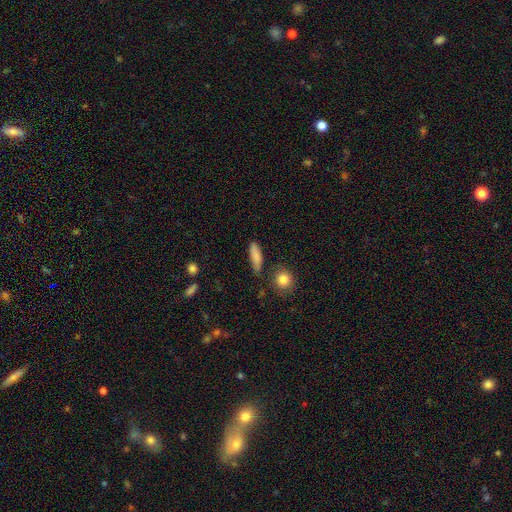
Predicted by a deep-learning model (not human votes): Smooth or featured? Predicted: smooth (p=0.83). How rounded? Predicted: cigar-shaped (p=0.56). Merging? Predicted: none (p=0.75).